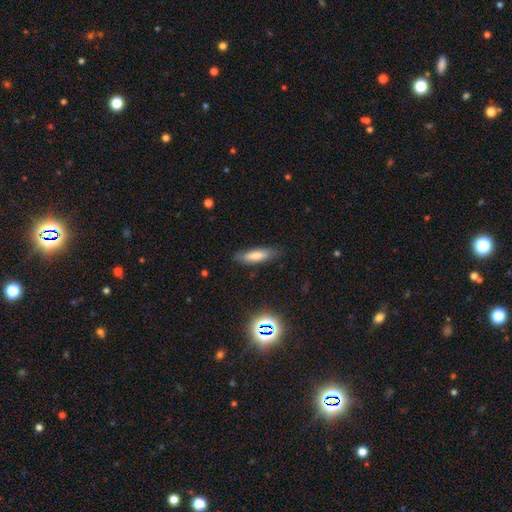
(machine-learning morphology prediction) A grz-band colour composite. It shows a smooth galaxy with no disk features (72%) that is cigar-shaped (55%). Merging: none (81%).